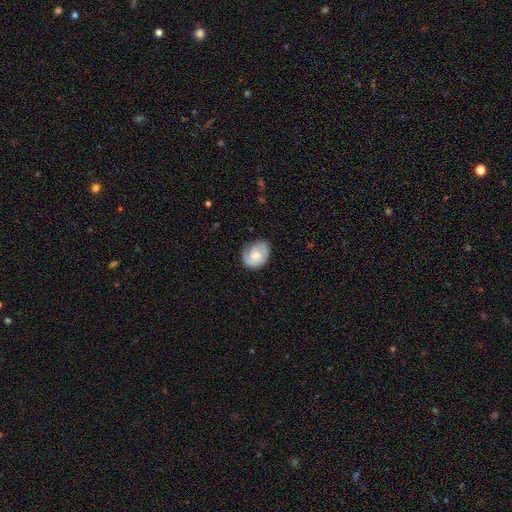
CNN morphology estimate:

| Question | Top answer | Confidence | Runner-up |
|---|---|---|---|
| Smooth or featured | featured or disk | 53% | smooth (41%) |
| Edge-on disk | no | 97% | yes (3%) |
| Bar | no | 71% | weak (26%) |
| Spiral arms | yes | 84% | no (16%) |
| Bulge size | moderate | 46% | small (29%) |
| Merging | none | 70% | minor disturbance (22%) |